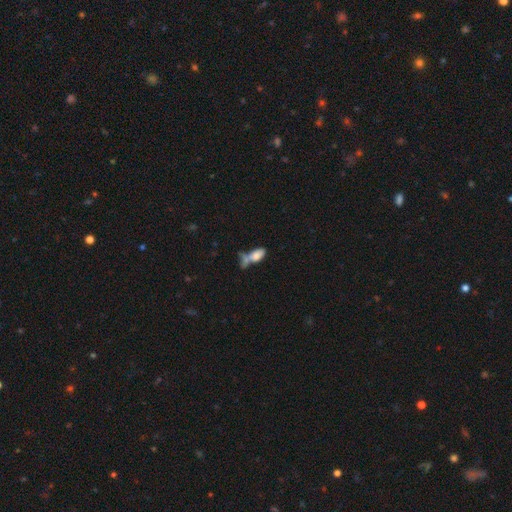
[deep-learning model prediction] Morphology: type=smooth (73%); roundness=in between (83%); merging=merger (46%).